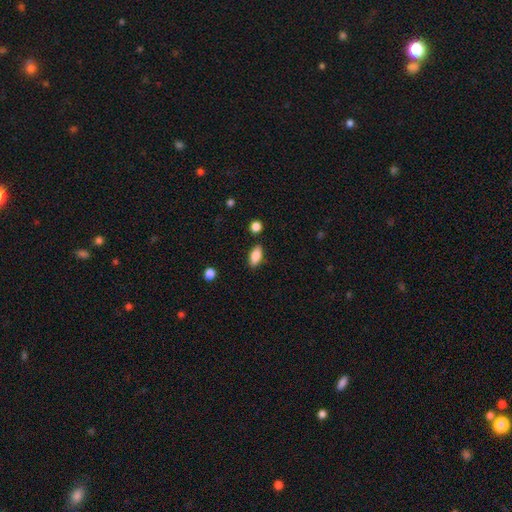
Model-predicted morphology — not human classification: Smooth or featured? smooth (86%)
How rounded? in between (87%)
Merging? none (85%)